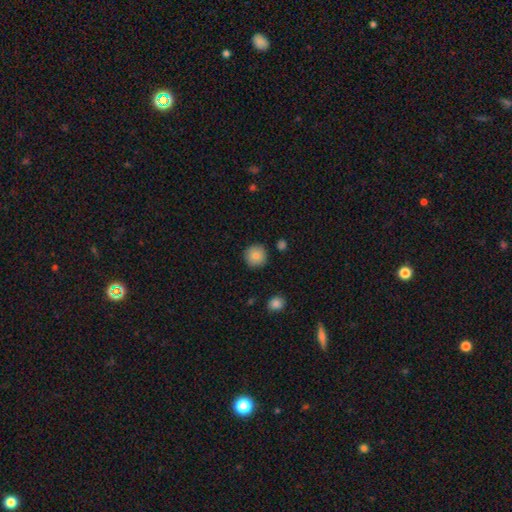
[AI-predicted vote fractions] Smooth or featured?
  - smooth: 85% *
  - star or artifact: 9%
  - featured or disk: 6%
How rounded?
  - round: 95% *
  - in between: 5%
  - cigar-shaped: 1%
Merging?
  - none: 89% *
  - minor disturbance: 7%
  - major disturbance: 2%
  - merger: 2%